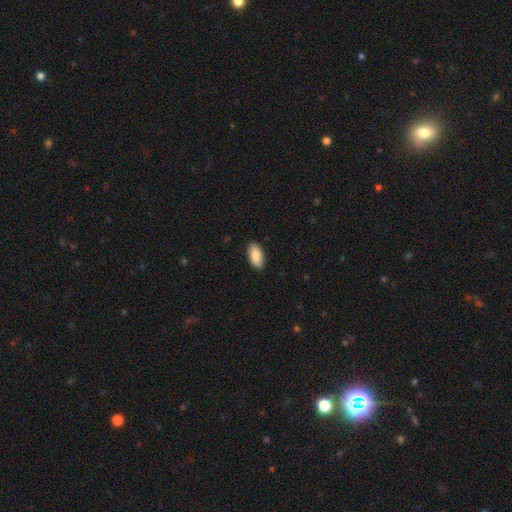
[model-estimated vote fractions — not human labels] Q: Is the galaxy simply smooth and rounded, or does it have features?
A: smooth — 86%.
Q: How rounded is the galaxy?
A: in between — 92%.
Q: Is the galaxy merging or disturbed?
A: none — 89%.